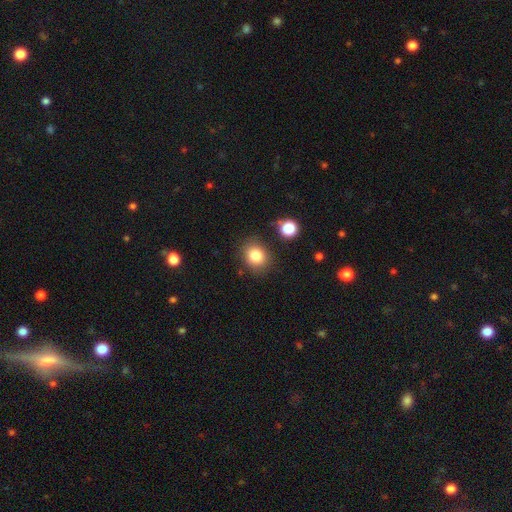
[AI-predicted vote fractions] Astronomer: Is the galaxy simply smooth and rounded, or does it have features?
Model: smooth — 81%.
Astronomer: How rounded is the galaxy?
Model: round — 67%.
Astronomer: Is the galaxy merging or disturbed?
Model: none — 81%.